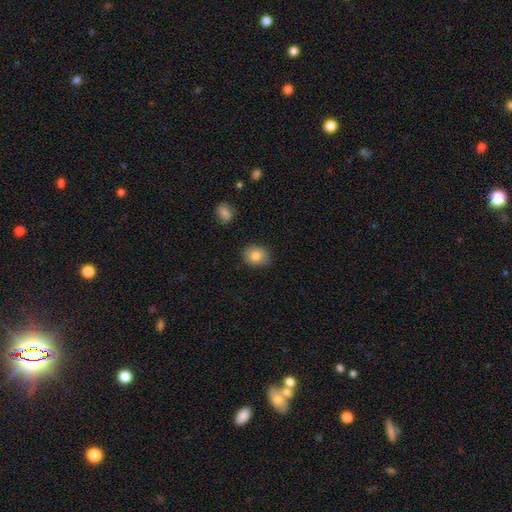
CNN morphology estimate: Smooth or featured?
  - smooth: 81% *
  - featured or disk: 11%
  - star or artifact: 9%
How rounded?
  - in between: 56% *
  - round: 43%
  - cigar-shaped: 1%
Merging?
  - none: 84% *
  - minor disturbance: 13%
  - major disturbance: 2%
  - merger: 1%